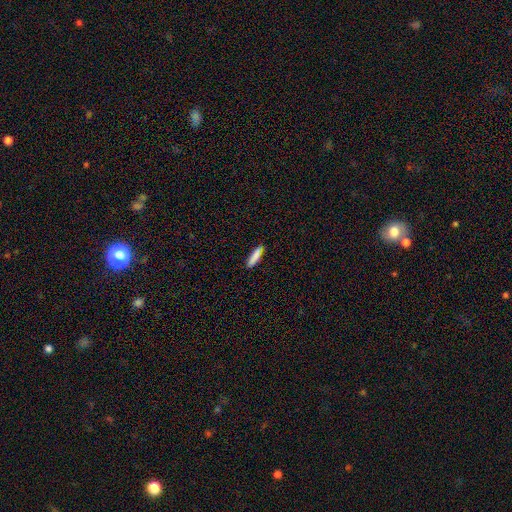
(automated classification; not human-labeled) Smooth or featured?
  - smooth: 86% *
  - featured or disk: 7%
  - star or artifact: 7%
How rounded?
  - cigar-shaped: 79% *
  - in between: 20%
  - round: 1%
Merging?
  - none: 88% *
  - minor disturbance: 9%
  - major disturbance: 2%
  - merger: 1%